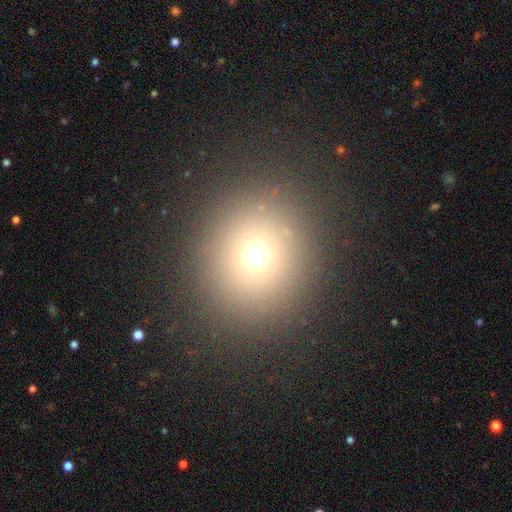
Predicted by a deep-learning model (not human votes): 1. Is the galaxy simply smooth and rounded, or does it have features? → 68% smooth, 20% star or artifact, 11% featured or disk.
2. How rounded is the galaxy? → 85% round, 14% in between, 1% cigar-shaped.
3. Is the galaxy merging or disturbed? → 88% none, 7% minor disturbance, 4% major disturbance, 1% merger.